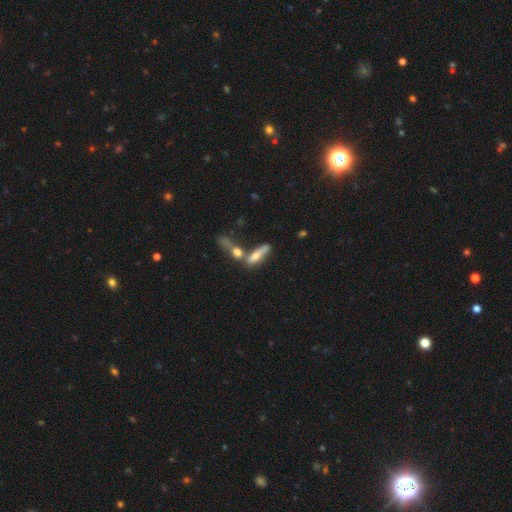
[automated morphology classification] This appears to be a smooth galaxy with no disk features (50%). Merging: merger (51%).